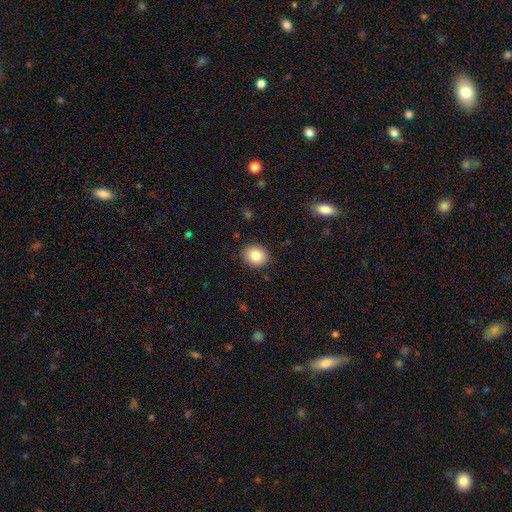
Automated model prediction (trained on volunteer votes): Morphology: type=smooth (85%); roundness=round (69%); merging=none (89%).